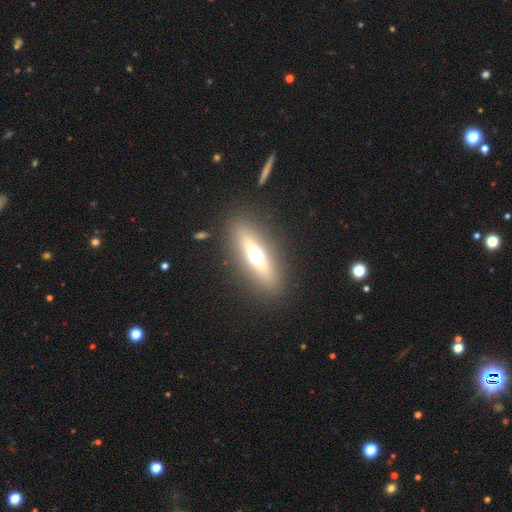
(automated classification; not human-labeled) Smooth or featured? Predicted: featured or disk (p=0.52). Edge-on disk? Predicted: yes (p=0.82). Merging? Predicted: none (p=0.88).